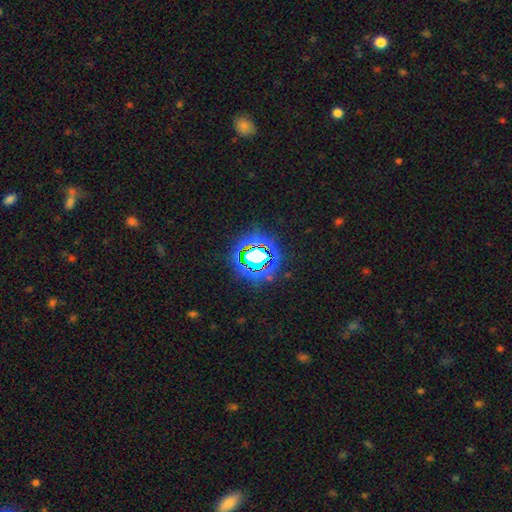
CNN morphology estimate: A star or artifact, not a galaxy (72%).